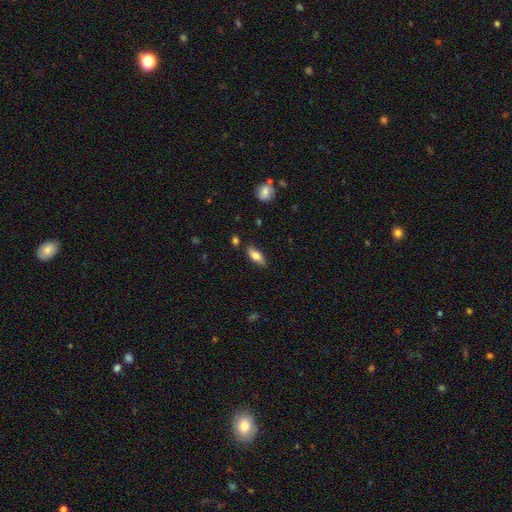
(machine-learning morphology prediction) Smooth or featured? smooth (72%)
How rounded? in between (76%)
Merging? none (82%)